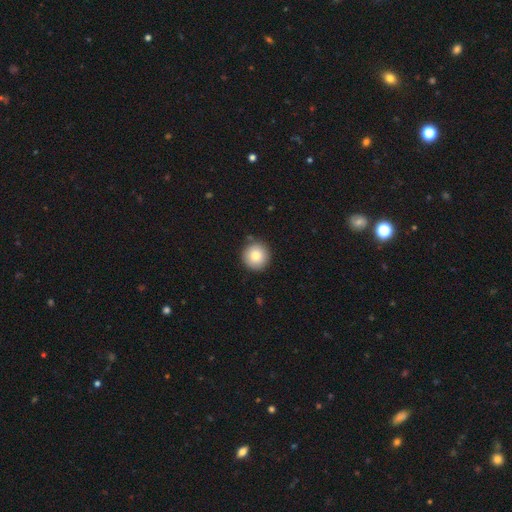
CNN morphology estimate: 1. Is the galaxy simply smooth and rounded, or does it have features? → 83% smooth, 8% featured or disk, 8% star or artifact.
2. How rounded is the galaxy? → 95% round, 4% in between, 1% cigar-shaped.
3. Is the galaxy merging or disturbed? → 88% none, 8% minor disturbance, 2% merger, 2% major disturbance.